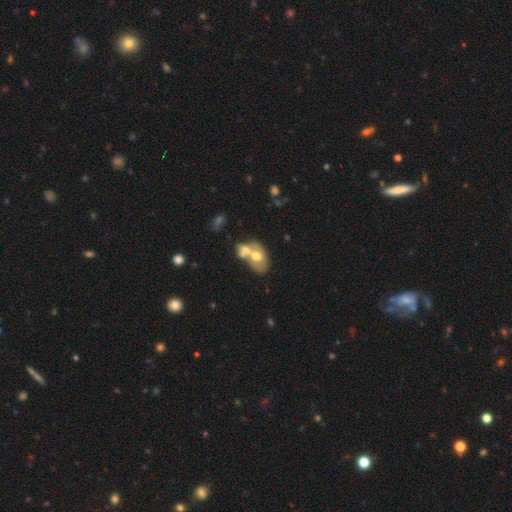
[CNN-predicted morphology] A smooth galaxy with no disk features (54%) that is in between round and cigar-shaped (78%). Merging: merger (68%).